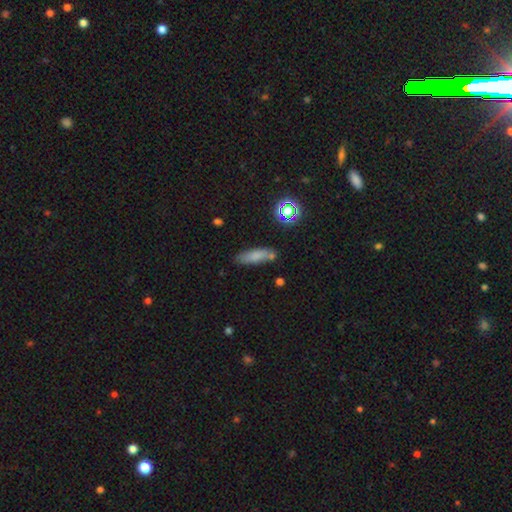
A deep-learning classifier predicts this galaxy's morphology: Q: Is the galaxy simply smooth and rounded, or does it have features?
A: smooth — 73%.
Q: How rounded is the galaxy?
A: cigar-shaped — 52%.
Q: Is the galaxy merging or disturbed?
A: none — 70%.